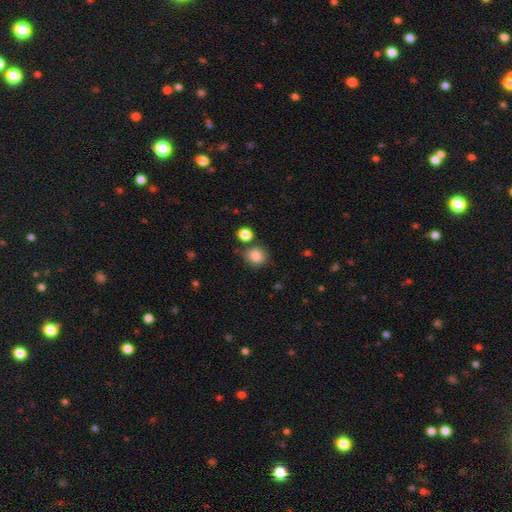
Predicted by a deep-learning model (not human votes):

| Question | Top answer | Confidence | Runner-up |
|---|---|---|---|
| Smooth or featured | smooth | 83% | star or artifact (10%) |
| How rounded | round | 74% | in between (25%) |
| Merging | none | 71% | minor disturbance (15%) |